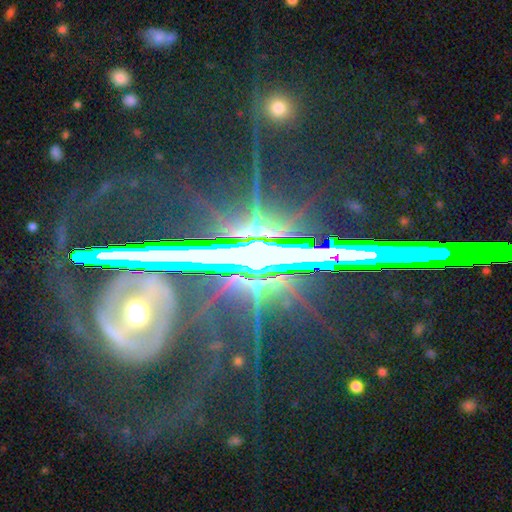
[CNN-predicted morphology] Smooth or featured? star or artifact (81%)